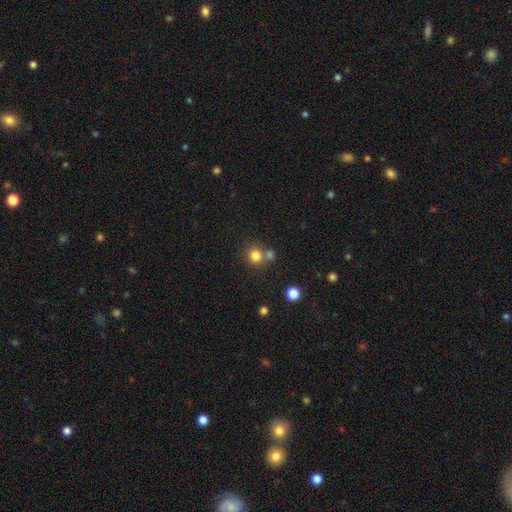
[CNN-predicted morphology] Smooth or featured?
  - smooth: 80% *
  - star or artifact: 13%
  - featured or disk: 7%
How rounded?
  - round: 89% *
  - in between: 10%
  - cigar-shaped: 1%
Merging?
  - none: 62% *
  - merger: 27%
  - minor disturbance: 8%
  - major disturbance: 3%